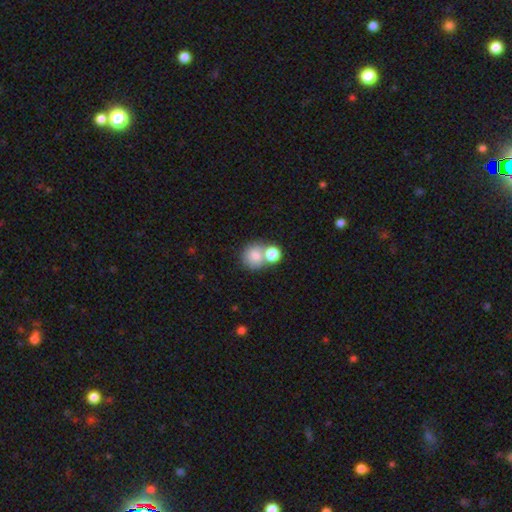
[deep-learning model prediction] A smooth galaxy with no disk features (79%) that is round (82%). Merging: merger (44%).